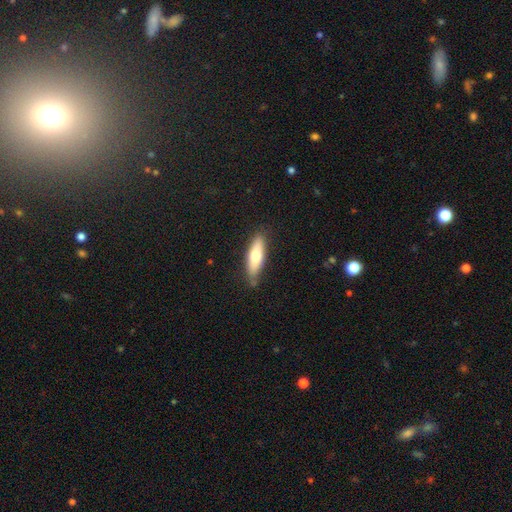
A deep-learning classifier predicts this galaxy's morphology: smooth_or_featured: smooth (p=0.67) [alt: featured or disk p=0.28]
how_rounded: cigar-shaped (p=0.55) [alt: in between p=0.44]
merging: none (p=0.79) [alt: minor disturbance p=0.16]